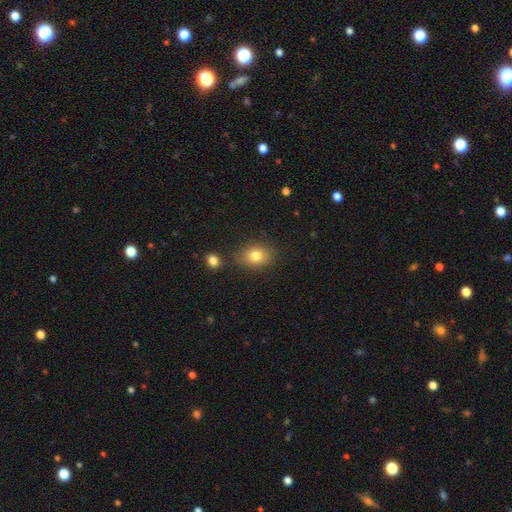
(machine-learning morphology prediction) Smooth or featured?
  - smooth: 81% *
  - star or artifact: 10%
  - featured or disk: 9%
How rounded?
  - in between: 56% *
  - round: 43%
  - cigar-shaped: 1%
Merging?
  - none: 79% *
  - minor disturbance: 13%
  - merger: 5%
  - major disturbance: 3%